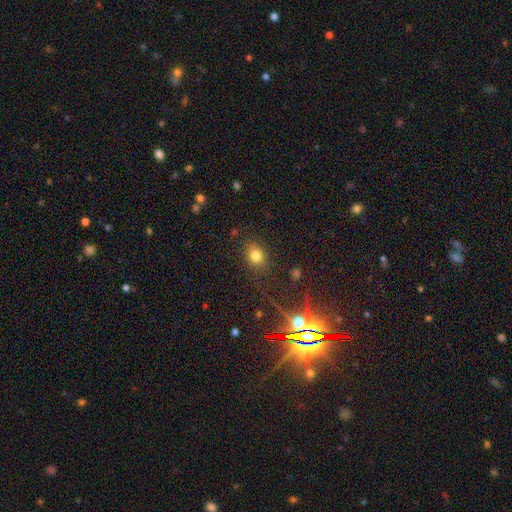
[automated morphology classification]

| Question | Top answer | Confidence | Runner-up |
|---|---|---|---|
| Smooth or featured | smooth | 76% | star or artifact (16%) |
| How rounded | round | 60% | in between (39%) |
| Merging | none | 83% | minor disturbance (11%) |